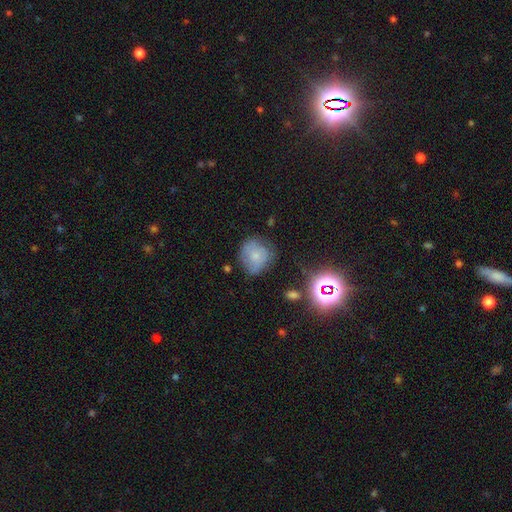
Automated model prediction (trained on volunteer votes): Smooth or featured: smooth — 62% (featured or disk — 25%)
How rounded: round — 77% (in between — 22%)
Merging: none — 57% (minor disturbance — 29%)